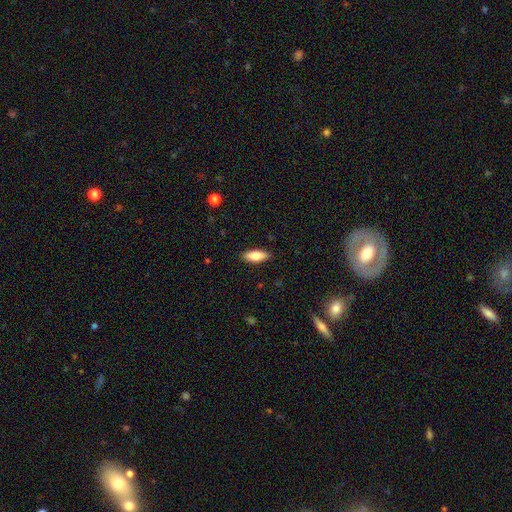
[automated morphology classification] Smooth or featured?
  - smooth: 77% *
  - featured or disk: 17%
  - star or artifact: 6%
How rounded?
  - in between: 73% *
  - cigar-shaped: 25%
  - round: 2%
Merging?
  - none: 89% *
  - minor disturbance: 8%
  - major disturbance: 2%
  - merger: 1%